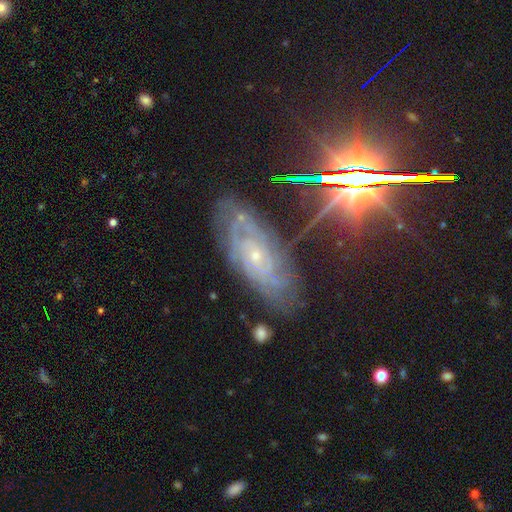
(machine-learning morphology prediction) Smooth or featured: featured or disk — 74% (star or artifact — 16%)
Edge-on disk: no — 89% (yes — 11%)
Bar: no — 73% (weak — 21%)
Spiral arms: yes — 93% (no — 7%)
Spiral winding: tight — 71% (medium — 23%)
Spiral arm count: can't tell — 51% (2 — 14%)
Bulge size: small — 81% (moderate — 15%)
Merging: none — 75% (minor disturbance — 18%)